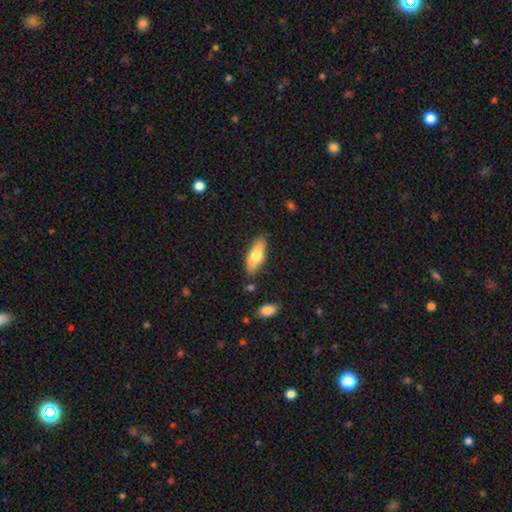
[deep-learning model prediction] Smooth or featured?
  - smooth: 73% *
  - featured or disk: 21%
  - star or artifact: 6%
How rounded?
  - in between: 69% *
  - cigar-shaped: 29%
  - round: 2%
Merging?
  - none: 84% *
  - minor disturbance: 11%
  - merger: 3%
  - major disturbance: 2%